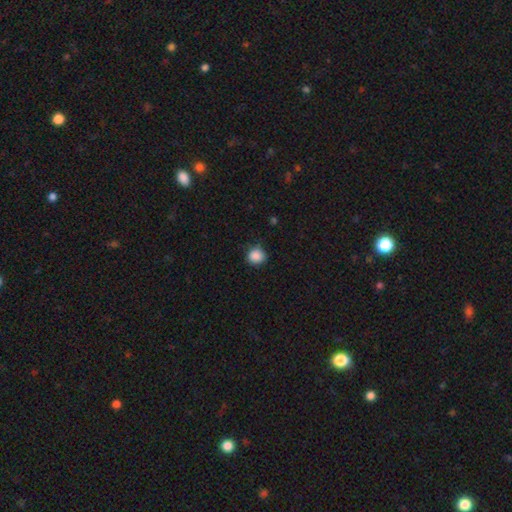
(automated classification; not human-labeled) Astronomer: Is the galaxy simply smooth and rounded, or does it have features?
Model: smooth — 87%.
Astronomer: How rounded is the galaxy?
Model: round — 84%.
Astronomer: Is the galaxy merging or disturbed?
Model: none — 79%.